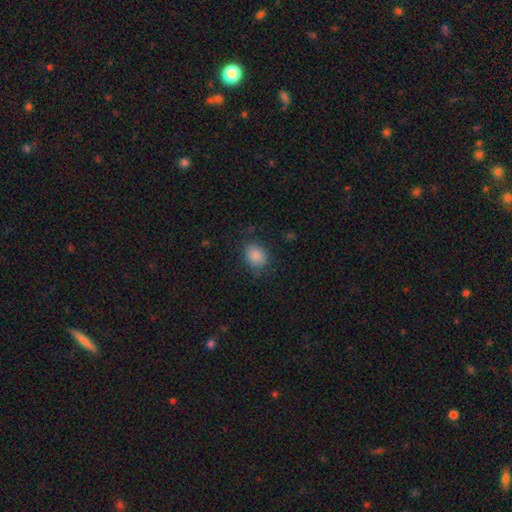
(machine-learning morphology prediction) Smooth or featured: smooth — 87% (star or artifact — 8%)
How rounded: in between — 58% (round — 41%)
Merging: none — 78% (minor disturbance — 15%)